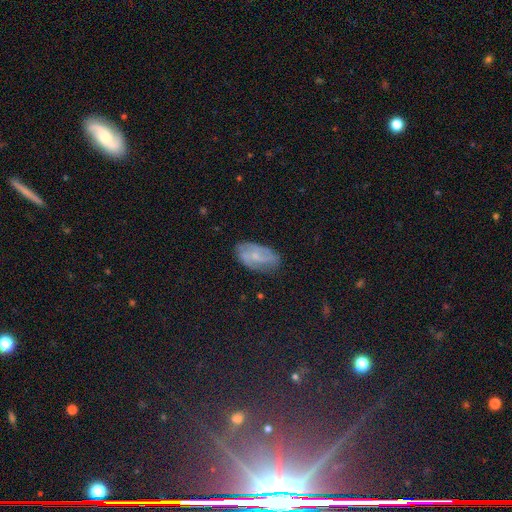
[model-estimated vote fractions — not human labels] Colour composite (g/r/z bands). It shows a featured or disk galaxy (57%) with no bar (52%), spiral arms (80%) and a small central bulge (66%). Merging: none (72%).